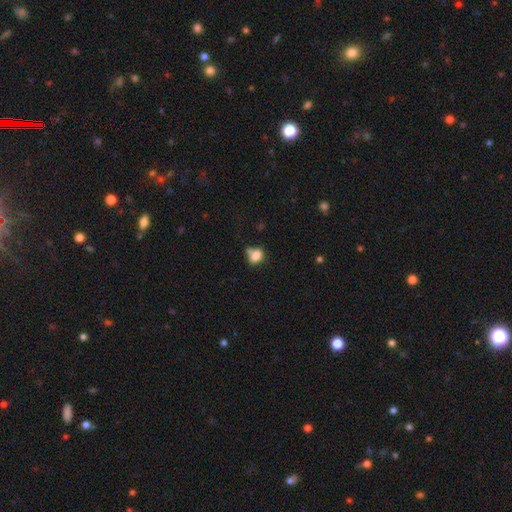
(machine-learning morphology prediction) Overall: smooth (79%). How rounded: in between (59%; round 39%). Merging: none (47%; merger 25%).